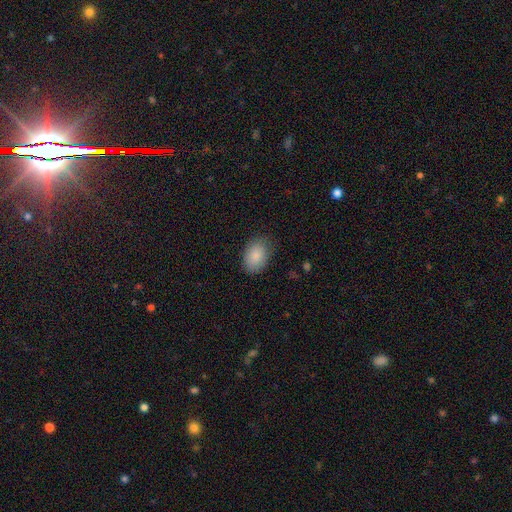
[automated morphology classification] smooth 87%, star or artifact 7%, featured or disk 6%. Down the decision tree: how rounded — in between (84%); merging — none (80%).